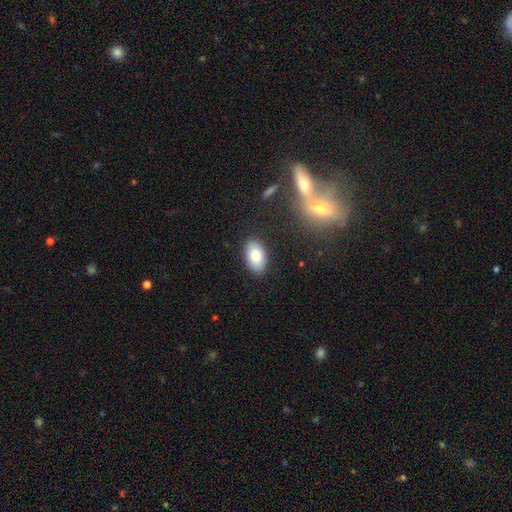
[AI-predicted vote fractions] Morphology: type=smooth (80%); roundness=in between (92%); merging=none (88%).